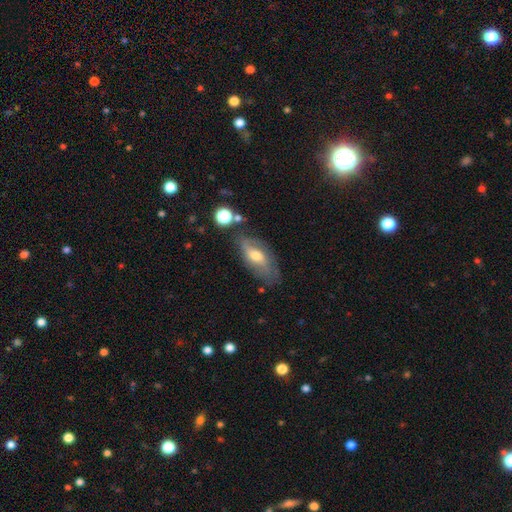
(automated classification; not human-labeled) Q: Smooth or featured?
A: featured or disk (54%); runner-up: smooth (37%)
Q: Edge-on disk?
A: no (81%); runner-up: yes (19%)
Q: Merging?
A: none (62%); runner-up: minor disturbance (23%)